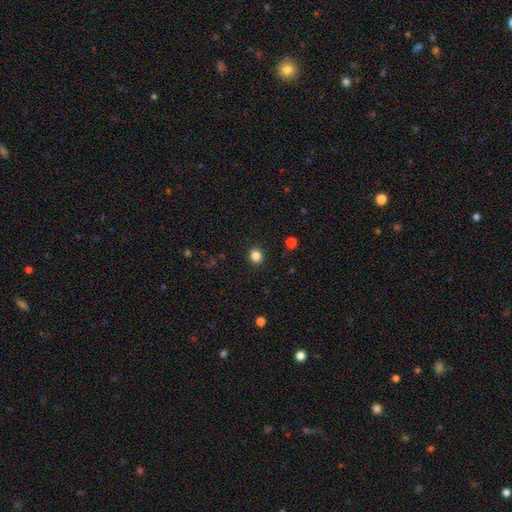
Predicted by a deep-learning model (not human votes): Smooth or featured? smooth (84%)
How rounded? round (83%)
Merging? none (92%)